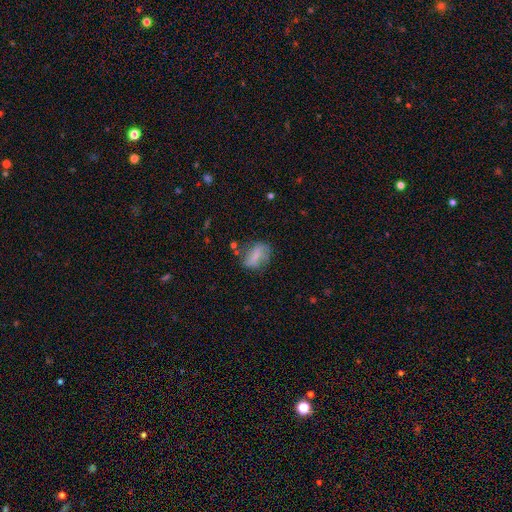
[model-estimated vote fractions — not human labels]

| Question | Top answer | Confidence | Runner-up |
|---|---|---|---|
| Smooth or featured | smooth | 61% | featured or disk (30%) |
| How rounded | in between | 75% | round (20%) |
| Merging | none | 55% | minor disturbance (26%) |